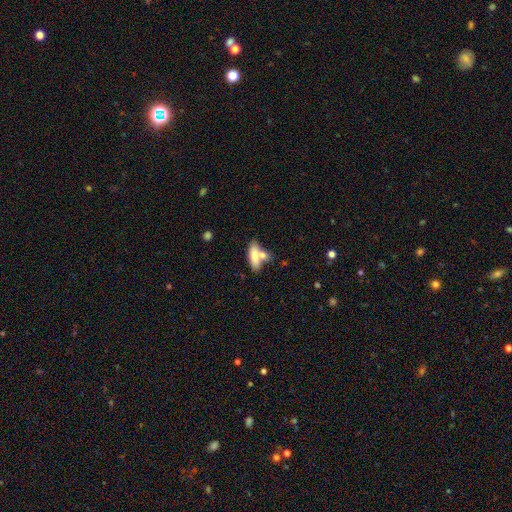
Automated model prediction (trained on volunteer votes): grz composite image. It shows a smooth galaxy with no disk features (72%) that is in between round and cigar-shaped (69%). Merging: merger (41%).